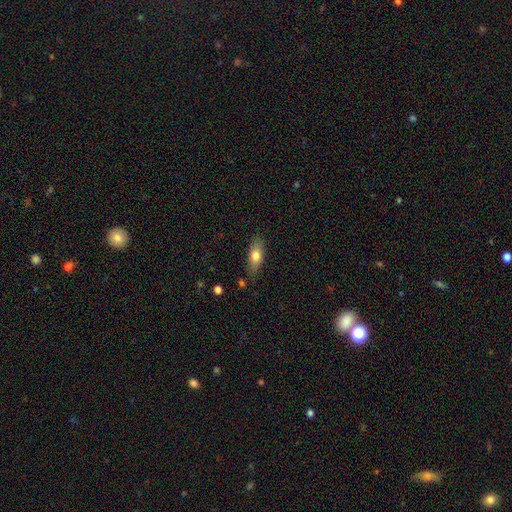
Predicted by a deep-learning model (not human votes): smooth-or-featured: smooth: 72% | featured or disk: 21% | star or artifact: 7%
  how-rounded: in between: 73% | cigar-shaped: 23% | round: 4%
  merging: none: 81% | minor disturbance: 14% | major disturbance: 3% | merger: 2%